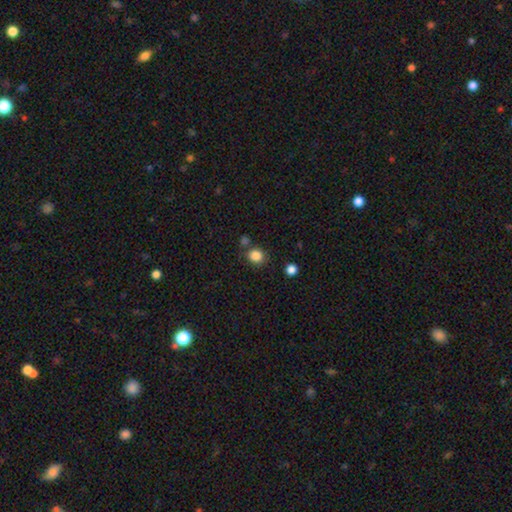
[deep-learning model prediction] A smooth galaxy with no disk features (85%) that is round (81%).

Vote fractions:
- Smooth or featured? smooth: 85% / star or artifact: 11% / featured or disk: 4%
- How rounded? round: 81% / in between: 18% / cigar-shaped: 1%
- Merging? none: 76% / minor disturbance: 11% / merger: 9% / major disturbance: 4%